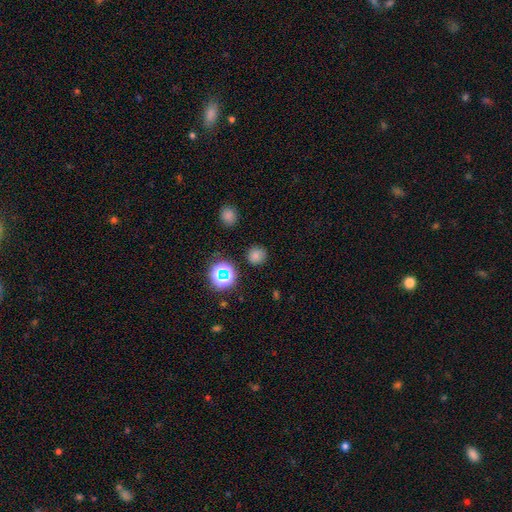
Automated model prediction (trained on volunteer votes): Smooth or featured? Predicted: smooth (p=0.73). How rounded? Predicted: round (p=0.92). Merging? Predicted: none (p=0.87).